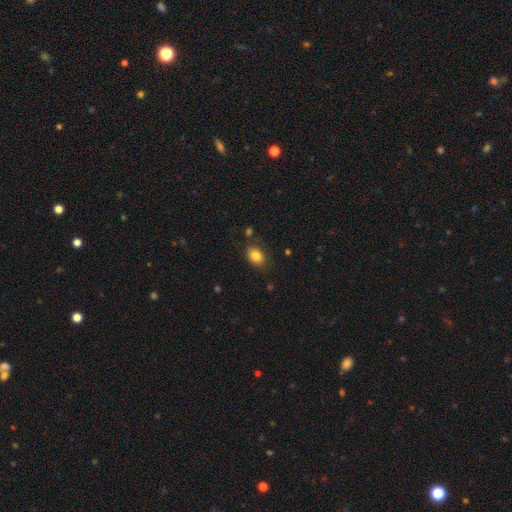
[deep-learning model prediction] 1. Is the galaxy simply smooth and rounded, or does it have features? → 83% smooth, 10% star or artifact, 7% featured or disk.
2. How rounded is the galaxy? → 72% in between, 27% round, 1% cigar-shaped.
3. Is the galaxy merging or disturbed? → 82% none, 12% minor disturbance, 3% major disturbance, 3% merger.